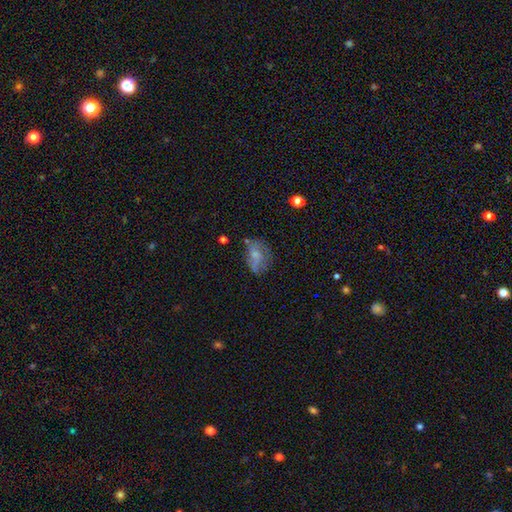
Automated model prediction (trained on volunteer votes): smooth 52%, featured or disk 36%, star or artifact 13%. Down the decision tree: how rounded — in between (73%); merging — none (39%).